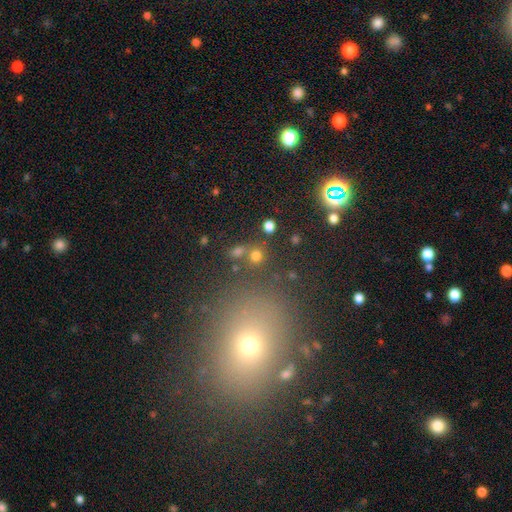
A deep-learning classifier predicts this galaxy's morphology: A smooth galaxy with no disk features (75%) that is round (89%).

Vote fractions:
- Smooth or featured? smooth: 75% / star or artifact: 18% / featured or disk: 7%
- How rounded? round: 89% / in between: 9% / cigar-shaped: 1%
- Merging? none: 74% / merger: 14% / minor disturbance: 7% / major disturbance: 4%